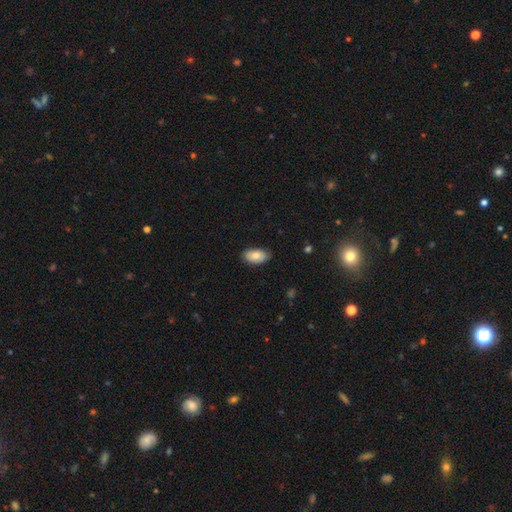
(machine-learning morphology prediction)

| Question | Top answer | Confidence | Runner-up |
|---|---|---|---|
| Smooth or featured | smooth | 79% | featured or disk (14%) |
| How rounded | in between | 94% | round (4%) |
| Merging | none | 81% | minor disturbance (15%) |